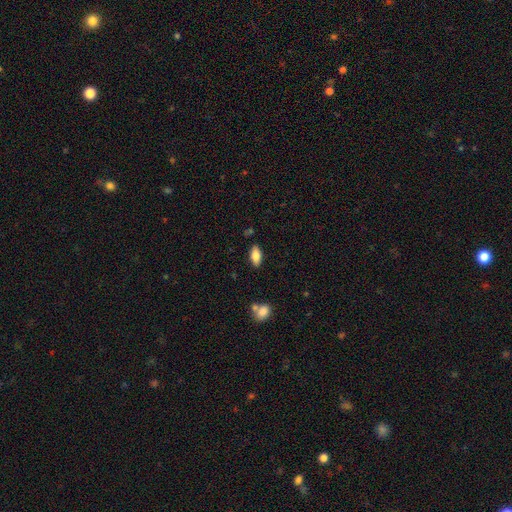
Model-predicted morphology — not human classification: A smooth galaxy with no disk features (80%) that is in between round and cigar-shaped (87%). Merging: none (84%).